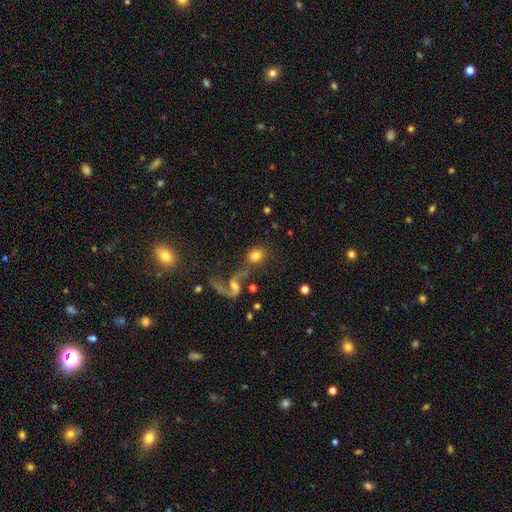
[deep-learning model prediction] A smooth galaxy with no disk features (74%) that is round (65%). Merging: none (49%).